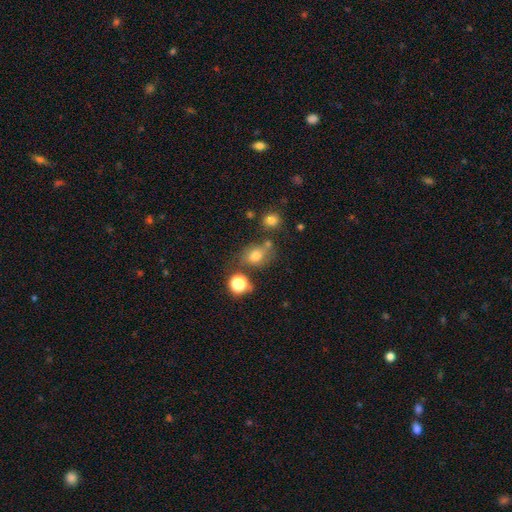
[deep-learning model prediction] Morphology: type=smooth (73%); roundness=in between (54%); merging=none (60%).